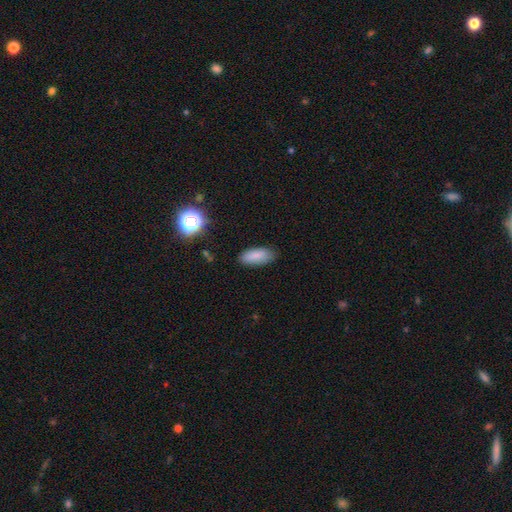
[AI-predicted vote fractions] The model was most divided on "how rounded": in between: 80%, cigar-shaped: 18%, round: 2%. More confident: smooth or featured — smooth (85%); merging — none (83%).